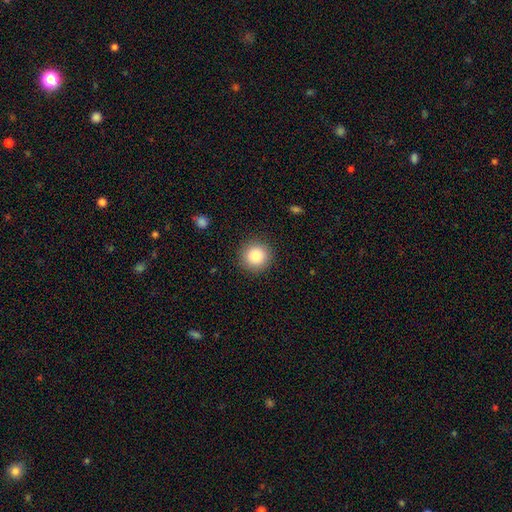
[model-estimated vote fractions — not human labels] smooth 85%, star or artifact 9%, featured or disk 6%. Down the decision tree: how rounded — round (95%); merging — none (91%).